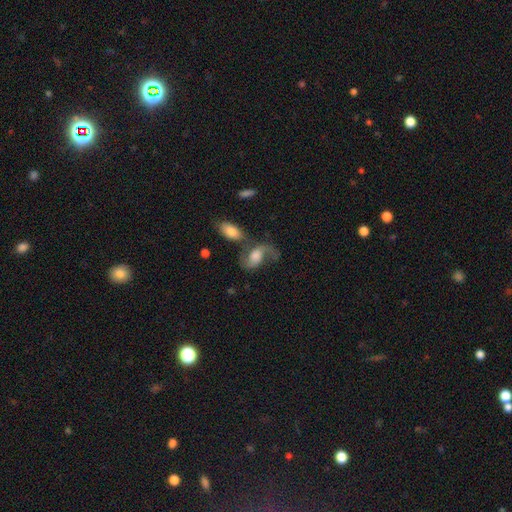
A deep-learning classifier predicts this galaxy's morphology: featured or disk 72%, smooth 21%, star or artifact 7%. Down the decision tree: edge-on disk — no (96%); bar — no (54%); spiral arms — yes (92%); spiral arm count — 2 (82%); spiral winding — loose (64%); bulge size — large (37%); merging — none (40%).